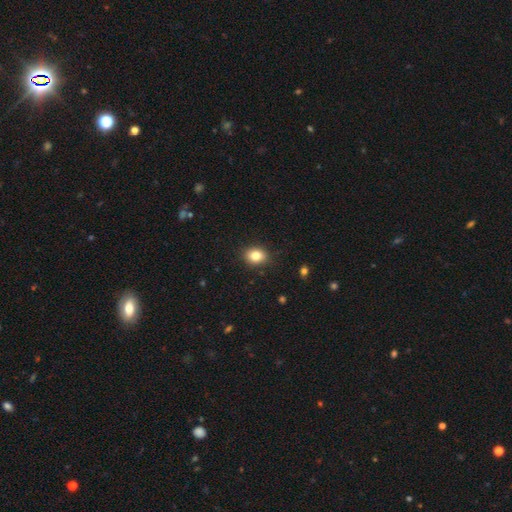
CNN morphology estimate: A smooth galaxy with no disk features (83%) that is in between round and cigar-shaped (58%). Merging: none (87%).